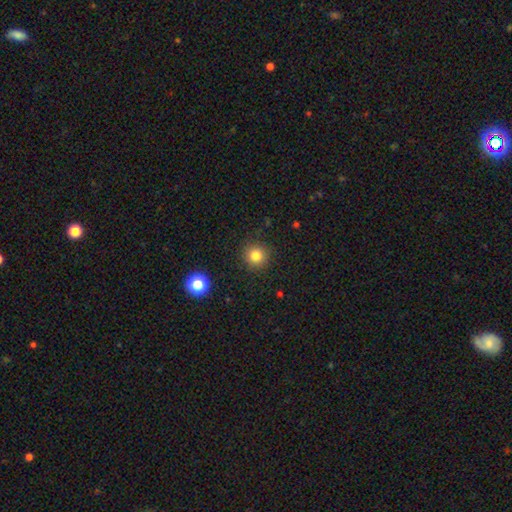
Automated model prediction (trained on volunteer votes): The model was most divided on "smooth or featured": smooth: 82%, star or artifact: 12%, featured or disk: 6%. More confident: how rounded — round (94%); merging — none (90%).